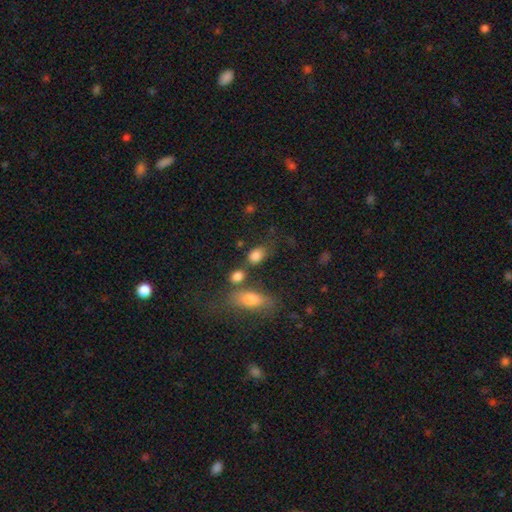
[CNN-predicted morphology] smooth-or-featured: smooth: 83% | star or artifact: 10% | featured or disk: 8%
  how-rounded: in between: 75% | round: 22% | cigar-shaped: 3%
  merging: none: 53% | merger: 20% | minor disturbance: 18% | major disturbance: 9%